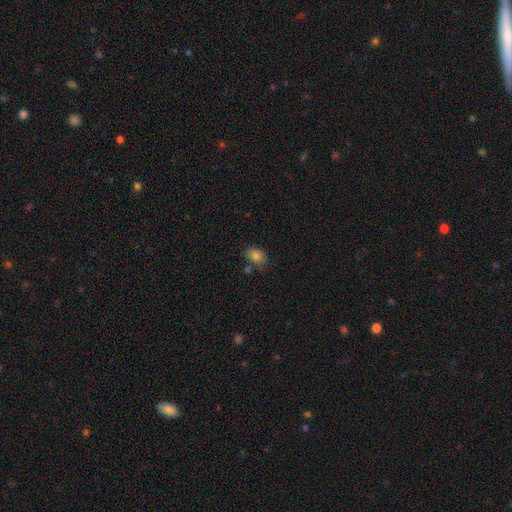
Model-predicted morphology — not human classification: Smooth or featured: smooth — 83% (star or artifact — 10%)
How rounded: in between — 76% (round — 23%)
Merging: none — 67% (minor disturbance — 18%)